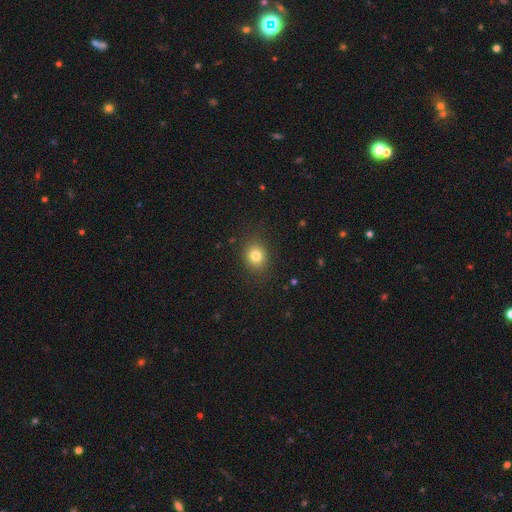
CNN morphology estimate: smooth_or_featured: smooth (p=0.80) [alt: star or artifact p=0.12]
how_rounded: round (p=0.61) [alt: in between p=0.38]
merging: none (p=0.85) [alt: minor disturbance p=0.11]